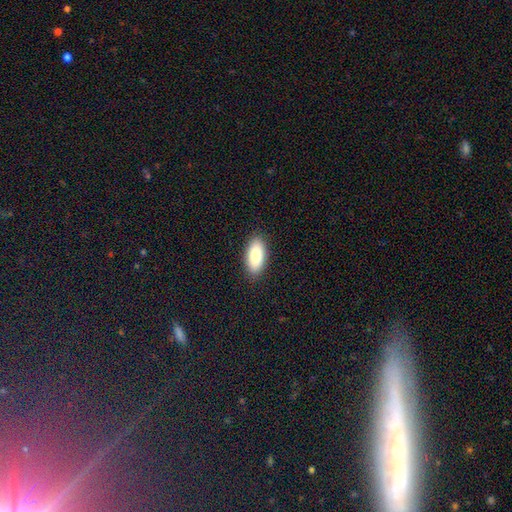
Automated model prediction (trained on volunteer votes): This appears to be a smooth galaxy with no disk features (87%) that is in between round and cigar-shaped (89%). Merging: none (89%).